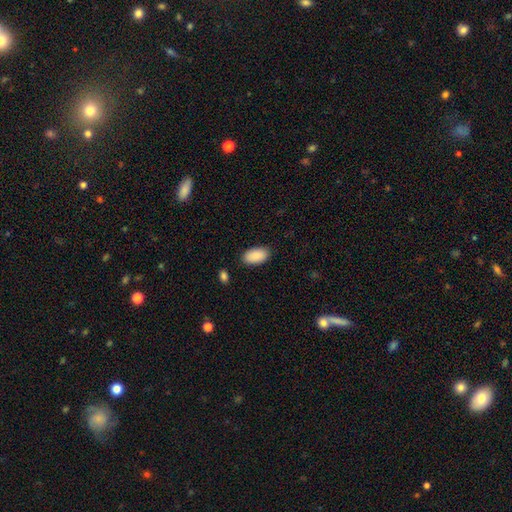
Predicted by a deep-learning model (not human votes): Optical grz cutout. It shows a smooth galaxy with no disk features (90%) that is in between round and cigar-shaped (95%). Merging: none (87%).